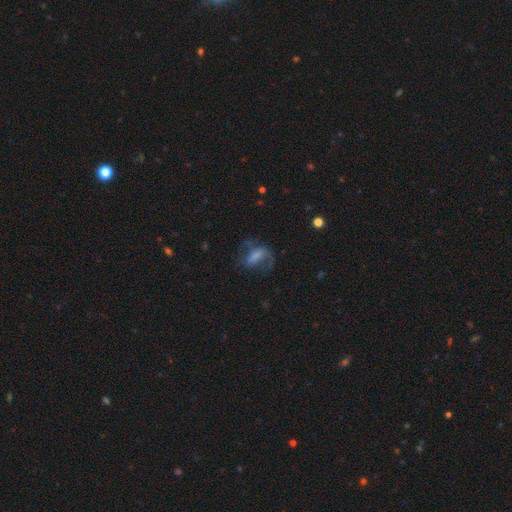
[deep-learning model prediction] Smooth or featured? featured or disk (50%)
Merging? none (42%)